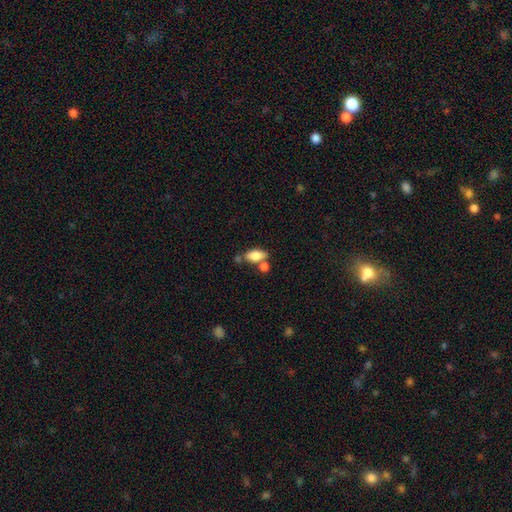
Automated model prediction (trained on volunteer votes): Smooth or featured? smooth (82%)
How rounded? in between (88%)
Merging? none (55%)